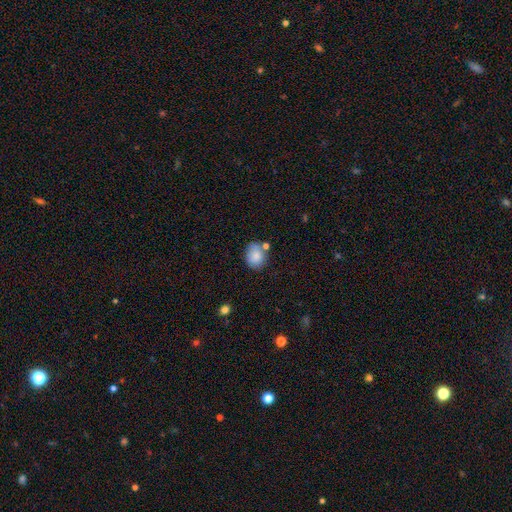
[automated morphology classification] A smooth galaxy with no disk features (82%) that is round (57%). Merging: none (60%).